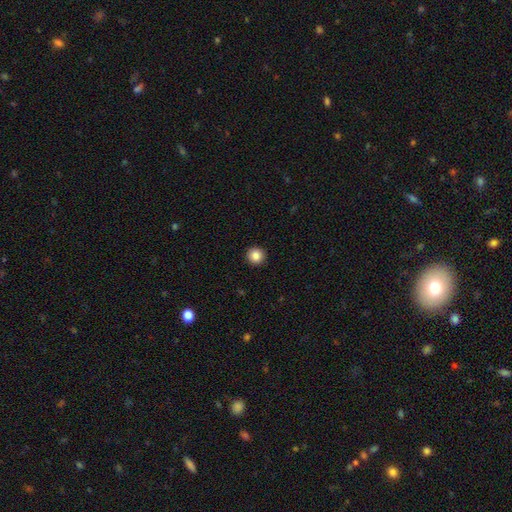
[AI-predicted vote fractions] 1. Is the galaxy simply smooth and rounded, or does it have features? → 86% smooth, 10% star or artifact, 5% featured or disk.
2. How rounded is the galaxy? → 95% round, 4% in between, 1% cigar-shaped.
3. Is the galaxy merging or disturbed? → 93% none, 4% minor disturbance, 1% major disturbance, 1% merger.